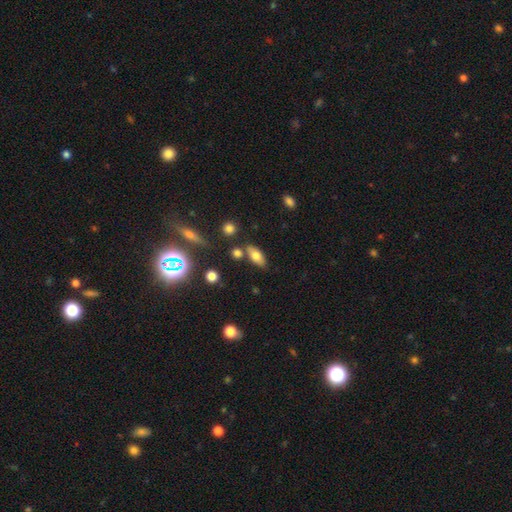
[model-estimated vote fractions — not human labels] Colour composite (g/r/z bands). It shows a smooth galaxy with no disk features (73%) that is in between round and cigar-shaped (84%). Merging: none (73%).